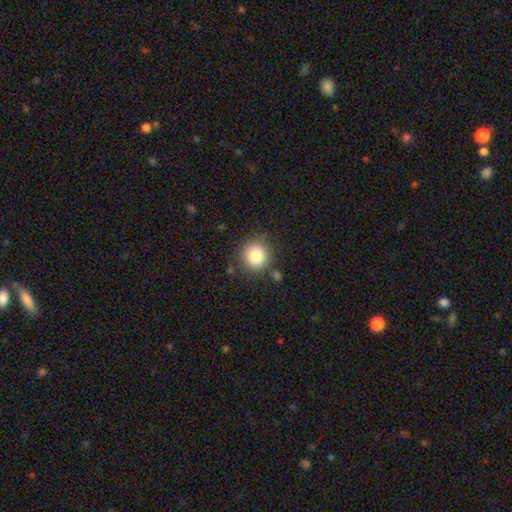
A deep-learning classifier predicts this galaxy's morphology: Smooth or featured? Predicted: smooth (p=0.83). How rounded? Predicted: round (p=0.92). Merging? Predicted: none (p=0.83).